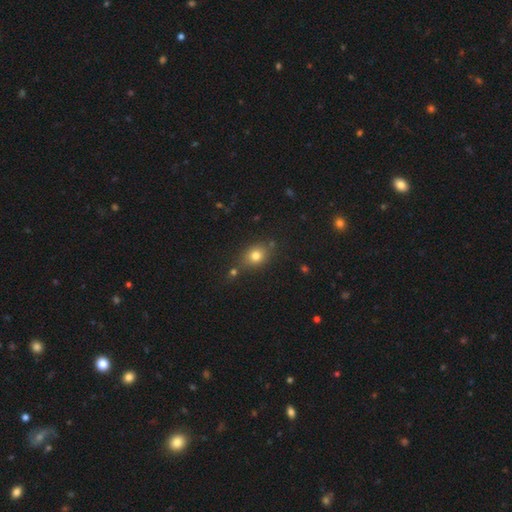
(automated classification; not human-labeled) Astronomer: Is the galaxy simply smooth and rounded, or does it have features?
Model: smooth — 76%.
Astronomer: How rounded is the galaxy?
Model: round — 52% (runner-up: in between, 46%).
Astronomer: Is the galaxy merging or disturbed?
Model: none — 71%.